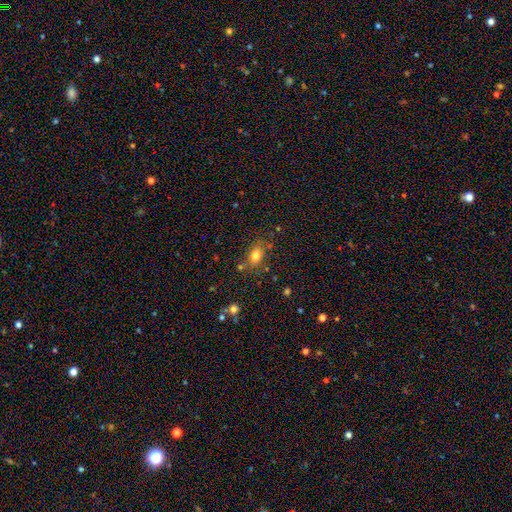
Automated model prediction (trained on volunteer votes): smooth 77%, star or artifact 13%, featured or disk 10%. Down the decision tree: how rounded — in between (69%); merging — none (70%).